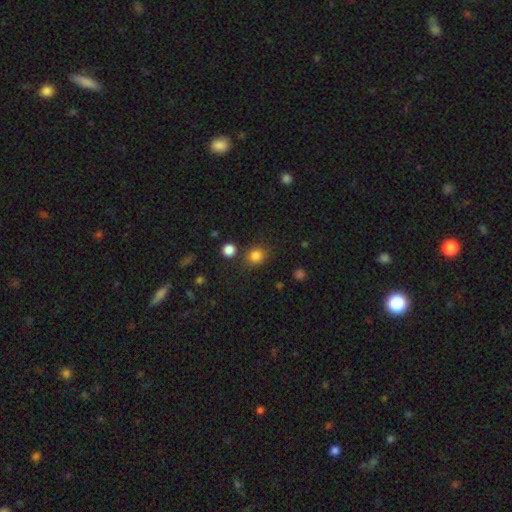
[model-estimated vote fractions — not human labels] Morphology: type=smooth (83%); roundness=round (85%); merging=none (81%).